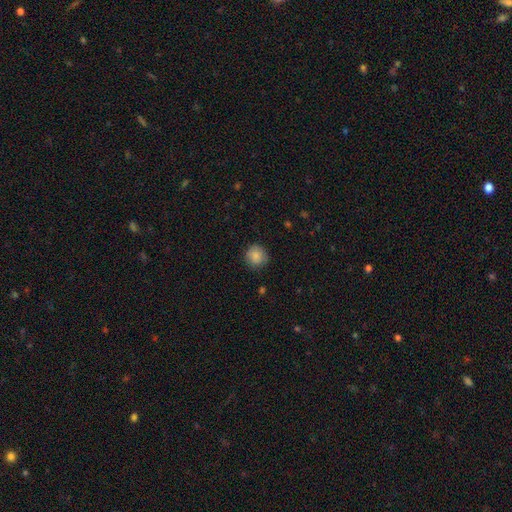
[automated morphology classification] smooth-or-featured: smooth: 85% | star or artifact: 8% | featured or disk: 6%
  how-rounded: round: 91% | in between: 8% | cigar-shaped: 1%
  merging: none: 83% | minor disturbance: 13% | major disturbance: 3% | merger: 1%